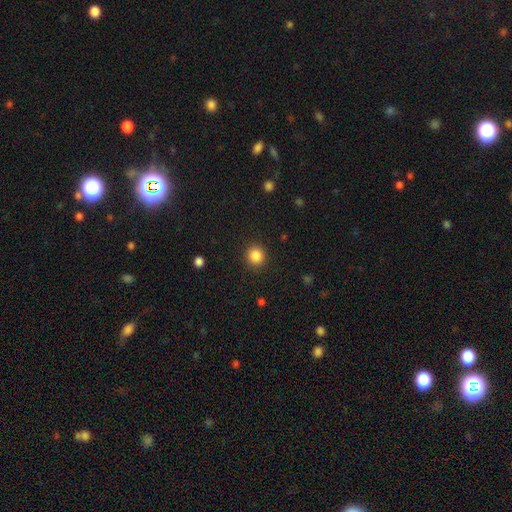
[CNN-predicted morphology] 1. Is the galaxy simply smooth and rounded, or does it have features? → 86% smooth, 10% star or artifact, 4% featured or disk.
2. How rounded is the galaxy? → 91% round, 8% in between, 1% cigar-shaped.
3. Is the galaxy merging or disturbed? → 91% none, 6% minor disturbance, 2% major disturbance, 1% merger.